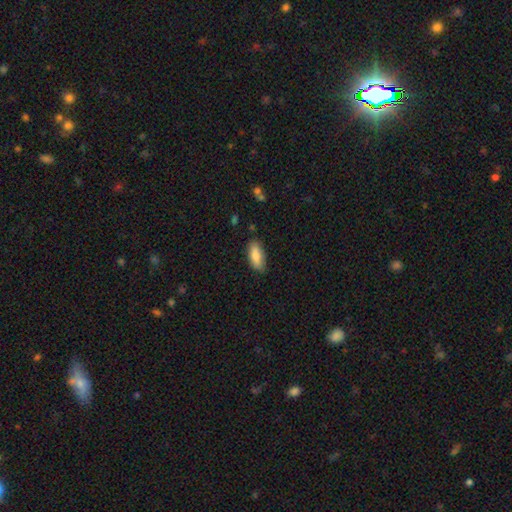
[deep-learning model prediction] Smooth or featured? Predicted: smooth (p=0.84). How rounded? Predicted: in between (p=0.81). Merging? Predicted: none (p=0.84).